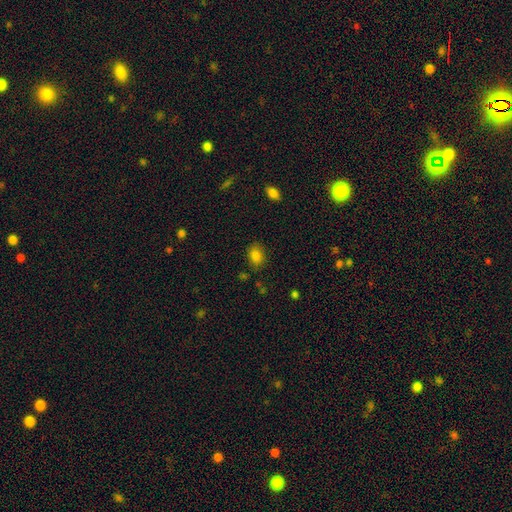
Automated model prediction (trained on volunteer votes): Smooth or featured? Predicted: smooth (p=0.82). How rounded? Predicted: in between (p=0.69). Merging? Predicted: none (p=0.80).